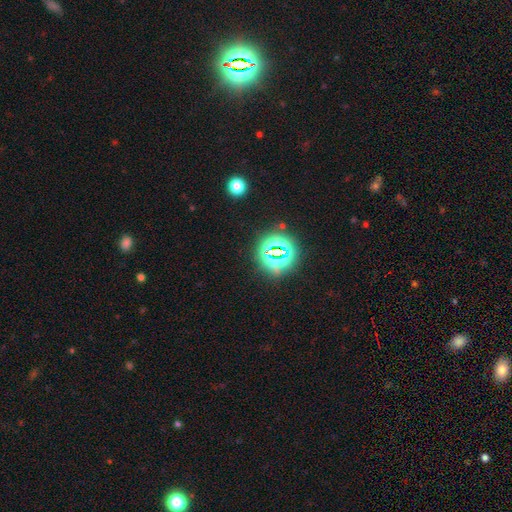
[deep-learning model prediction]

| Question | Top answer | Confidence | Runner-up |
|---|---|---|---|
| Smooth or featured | star or artifact | 78% | smooth (16%) |